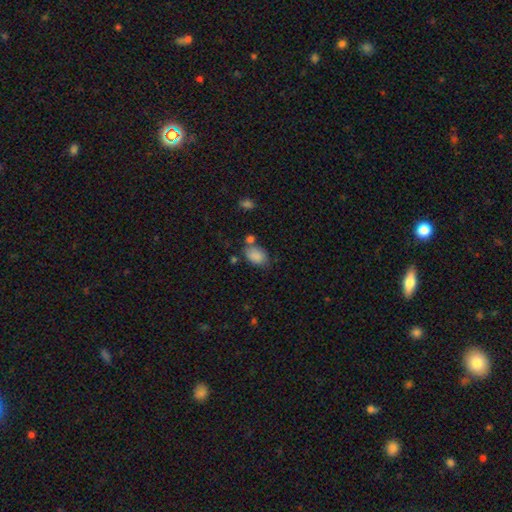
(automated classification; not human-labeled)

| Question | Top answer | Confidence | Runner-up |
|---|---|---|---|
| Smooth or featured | smooth | 85% | star or artifact (9%) |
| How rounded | in between | 82% | round (17%) |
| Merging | none | 57% | minor disturbance (22%) |